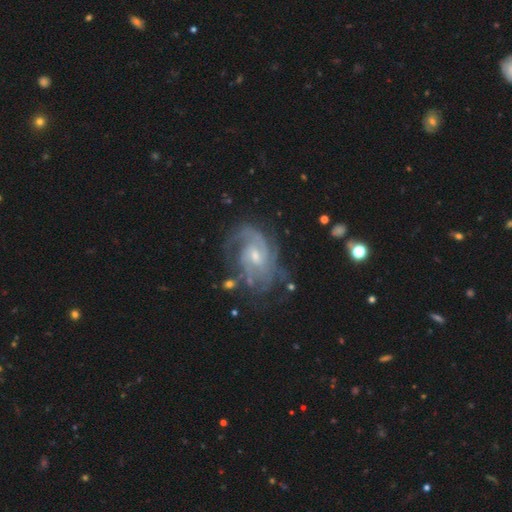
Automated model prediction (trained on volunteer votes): featured or disk 88%, star or artifact 6%, smooth 6%. Down the decision tree: edge-on disk — no (97%); bar — weak (46%, tied with no); spiral arms — yes (96%); spiral arm count — 2 (36%); spiral winding — tight (52%); bulge size — small (55%); merging — none (63%).